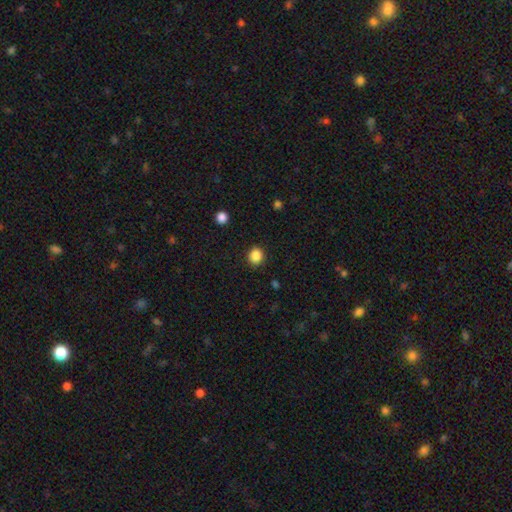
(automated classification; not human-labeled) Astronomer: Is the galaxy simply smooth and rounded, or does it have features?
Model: smooth — 87%.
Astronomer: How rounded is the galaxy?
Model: round — 79%.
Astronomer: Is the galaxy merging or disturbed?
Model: none — 90%.